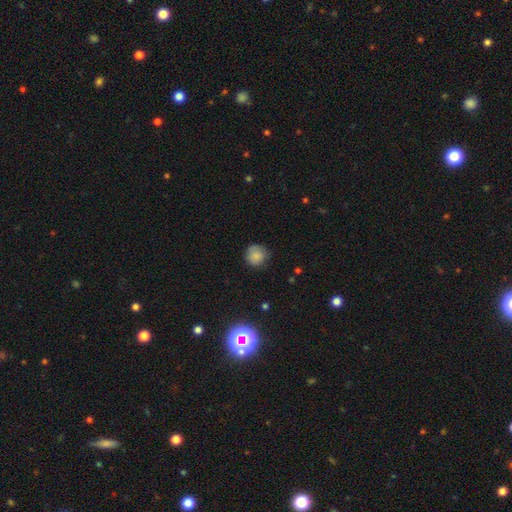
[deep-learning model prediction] This appears to be a smooth galaxy with no disk features (81%) that is round (90%). Merging: none (75%).